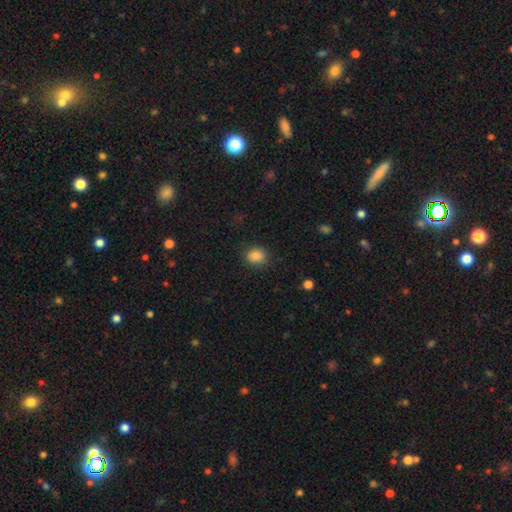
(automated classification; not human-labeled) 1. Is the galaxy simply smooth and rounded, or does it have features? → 86% smooth, 10% star or artifact, 4% featured or disk.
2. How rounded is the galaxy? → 59% round, 40% in between, 1% cigar-shaped.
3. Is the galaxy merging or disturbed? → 83% none, 12% minor disturbance, 3% major disturbance, 1% merger.